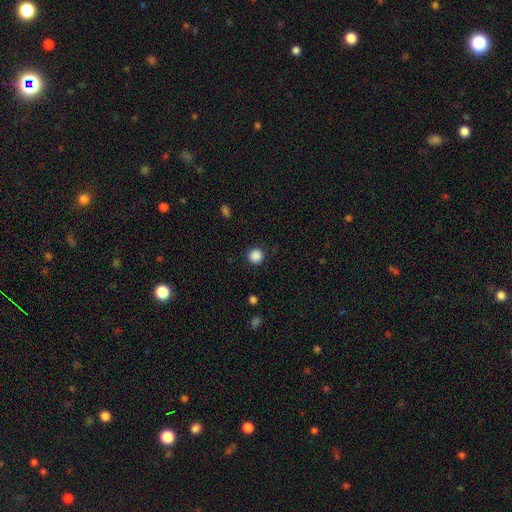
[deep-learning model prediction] The model was most divided on "smooth or featured": smooth: 87%, star or artifact: 10%, featured or disk: 2%. More confident: how rounded — round (95%); merging — none (91%).